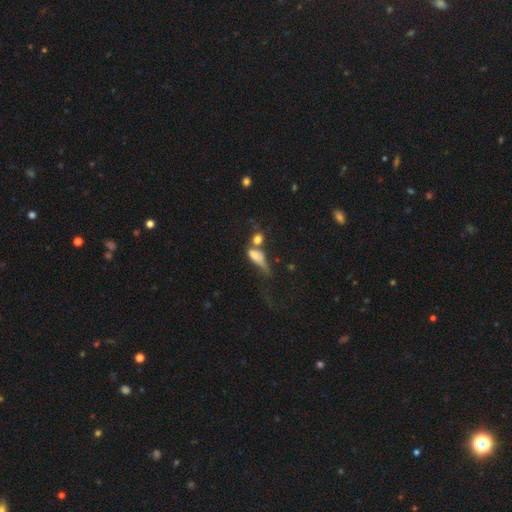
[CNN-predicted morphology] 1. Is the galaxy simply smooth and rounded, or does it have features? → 64% smooth, 24% featured or disk, 12% star or artifact.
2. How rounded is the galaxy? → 65% in between, 19% cigar-shaped, 16% round.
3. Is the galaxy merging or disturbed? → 46% merger, 23% major disturbance, 18% none, 13% minor disturbance.